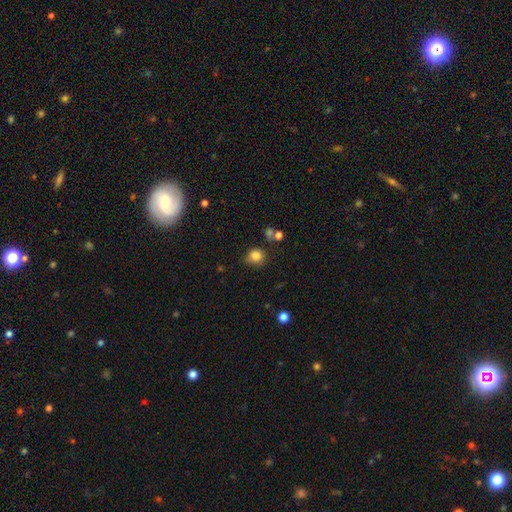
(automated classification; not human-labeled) Overall: smooth (83%). How rounded: round (80%). Merging: none (68%).